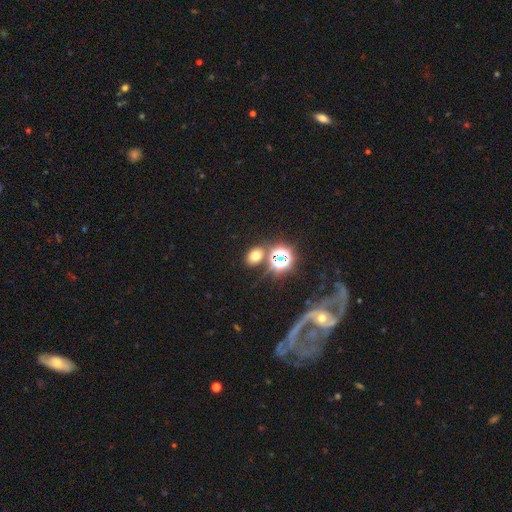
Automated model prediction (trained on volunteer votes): Smooth or featured: smooth — 63% (star or artifact — 26%)
How rounded: in between — 65% (round — 34%)
Merging: none — 72% (merger — 14%)